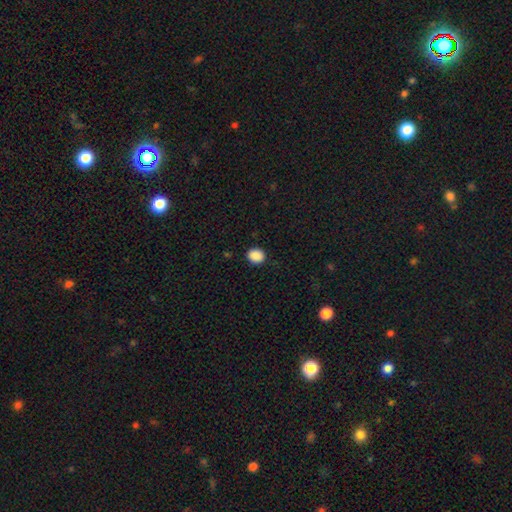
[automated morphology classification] smooth_or_featured: smooth (p=0.89) [alt: star or artifact p=0.09]
how_rounded: round (p=0.70) [alt: in between p=0.29]
merging: none (p=0.89) [alt: minor disturbance p=0.07]